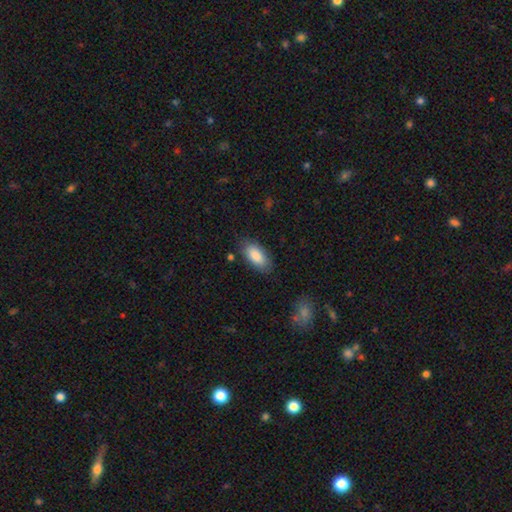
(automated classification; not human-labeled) Morphology: type=smooth (87%); roundness=in between (91%); merging=none (82%).